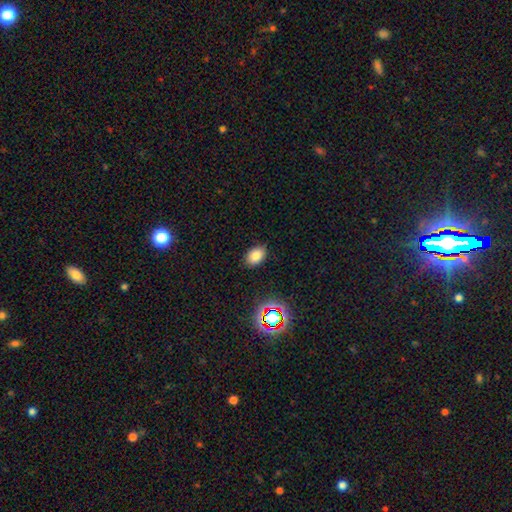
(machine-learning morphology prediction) Q: Smooth or featured?
A: smooth (79%); runner-up: star or artifact (14%)
Q: How rounded?
A: in between (82%); runner-up: round (17%)
Q: Merging?
A: none (87%); runner-up: minor disturbance (9%)